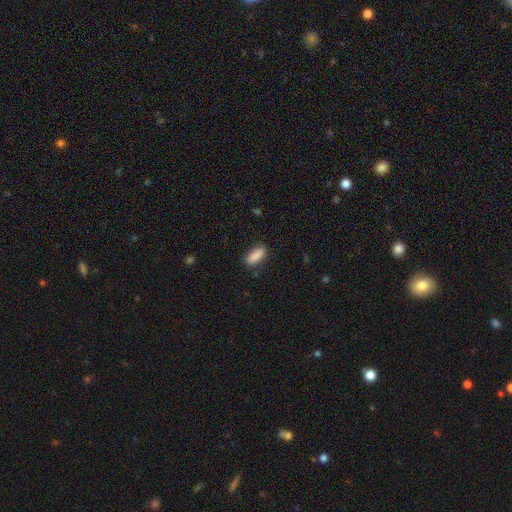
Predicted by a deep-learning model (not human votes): Smooth or featured? smooth (89%)
How rounded? in between (71%)
Merging? none (84%)